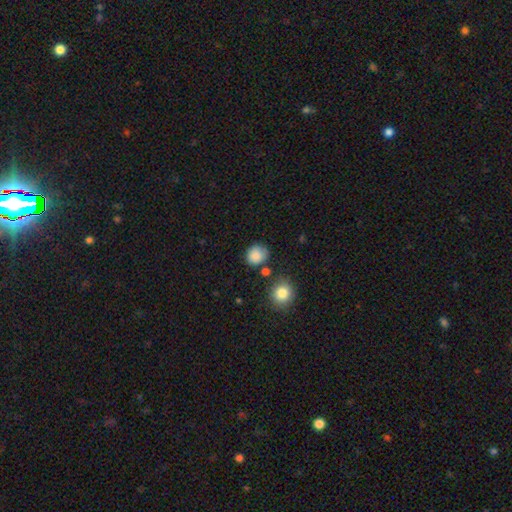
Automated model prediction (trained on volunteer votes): The model was most divided on "merging": none: 72%, minor disturbance: 17%, merger: 5%, major disturbance: 5%. More confident: smooth or featured — smooth (86%); how rounded — round (80%).